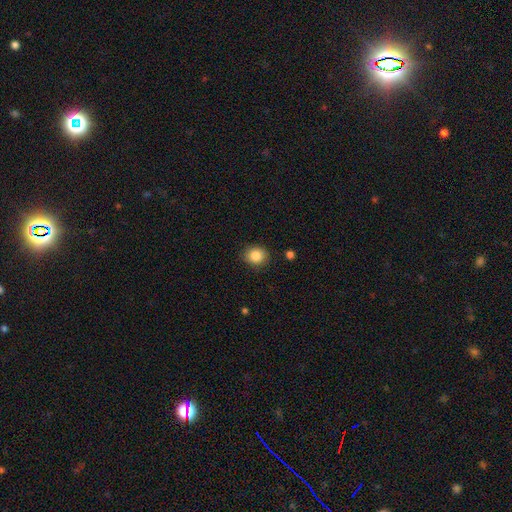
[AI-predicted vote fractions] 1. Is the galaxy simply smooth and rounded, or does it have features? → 86% smooth, 9% star or artifact, 5% featured or disk.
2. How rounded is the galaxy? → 74% round, 25% in between, 1% cigar-shaped.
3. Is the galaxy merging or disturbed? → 87% none, 9% minor disturbance, 2% major disturbance, 1% merger.